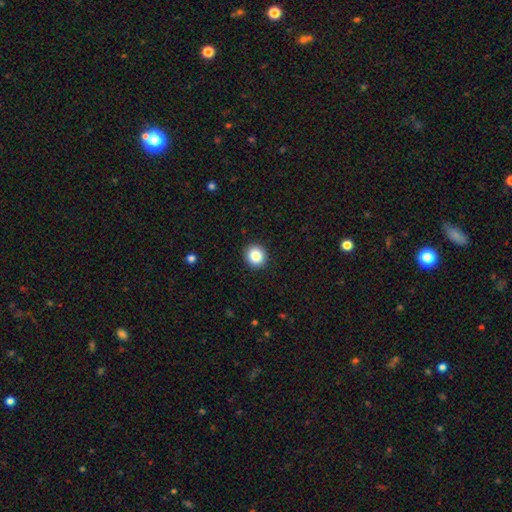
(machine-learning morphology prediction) type=smooth (85%); roundness=round (88%); merging=none (92%).